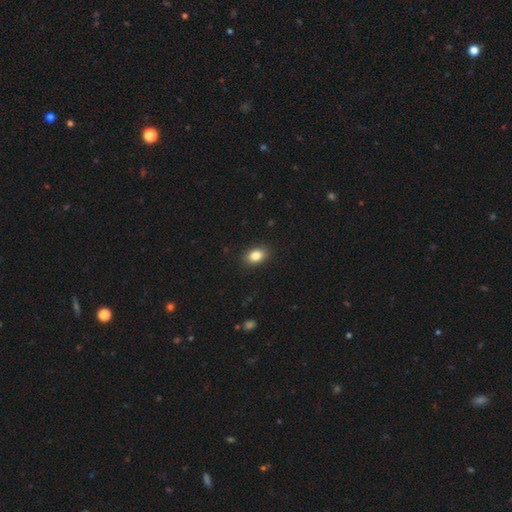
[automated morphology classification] Smooth or featured? smooth (84%)
How rounded? in between (79%)
Merging? none (90%)